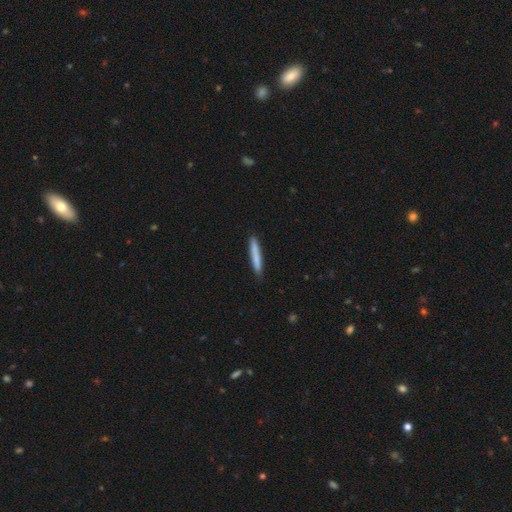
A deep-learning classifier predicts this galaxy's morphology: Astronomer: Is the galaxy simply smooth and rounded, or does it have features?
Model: smooth — 80%.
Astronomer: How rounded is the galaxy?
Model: cigar-shaped — 95%.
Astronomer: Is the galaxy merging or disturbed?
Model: none — 89%.